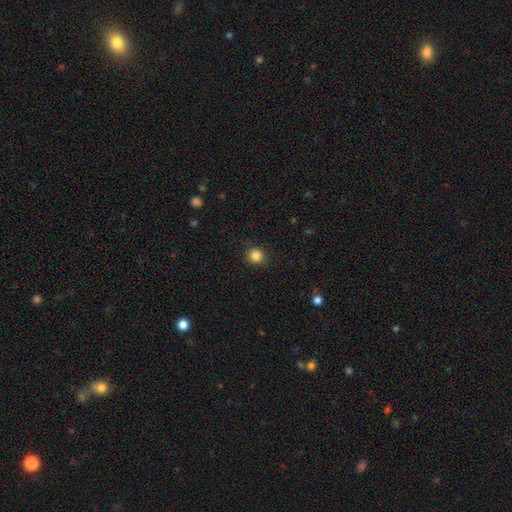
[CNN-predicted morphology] Smooth or featured?
  - smooth: 85% *
  - star or artifact: 11%
  - featured or disk: 4%
How rounded?
  - round: 91% *
  - in between: 8%
  - cigar-shaped: 1%
Merging?
  - none: 88% *
  - minor disturbance: 9%
  - major disturbance: 2%
  - merger: 1%